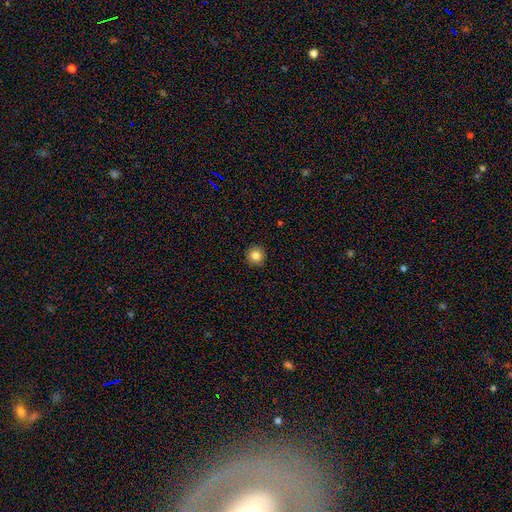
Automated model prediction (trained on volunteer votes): Smooth or featured? Predicted: smooth (p=0.83). How rounded? Predicted: round (p=0.95). Merging? Predicted: none (p=0.92).